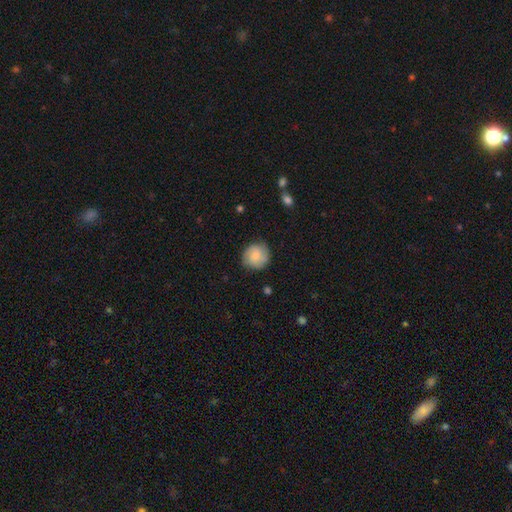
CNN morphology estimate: smooth_or_featured: smooth (p=0.72) [alt: featured or disk p=0.22]
how_rounded: round (p=0.89) [alt: in between p=0.10]
merging: none (p=0.81) [alt: minor disturbance p=0.14]